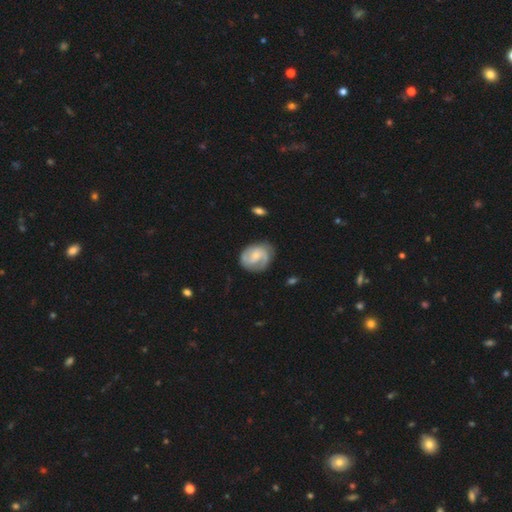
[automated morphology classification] Overall: featured or disk (71%). Edge-on disk: no (98%). Bar: no (51%; weak 41%). Spiral arms: yes (91%). Spiral arm count: 2 (56%; can't tell 18%). Spiral winding: tight (43%; medium 40%). Bulge size: small (49%; moderate 34%). Merging: none (67%).